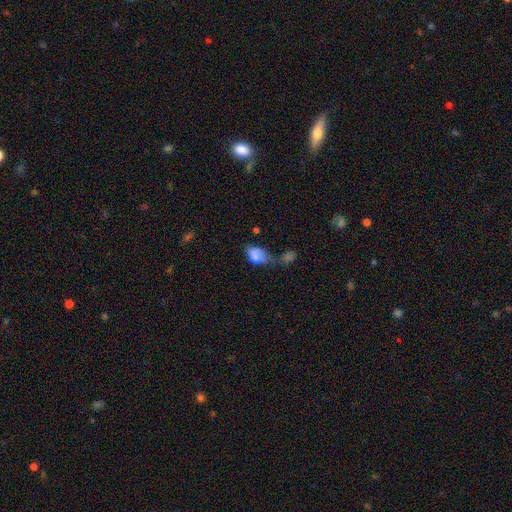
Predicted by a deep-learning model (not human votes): Smooth or featured? Predicted: smooth (p=0.75). How rounded? Predicted: in between (p=0.86). Merging? Predicted: merger (p=0.32).